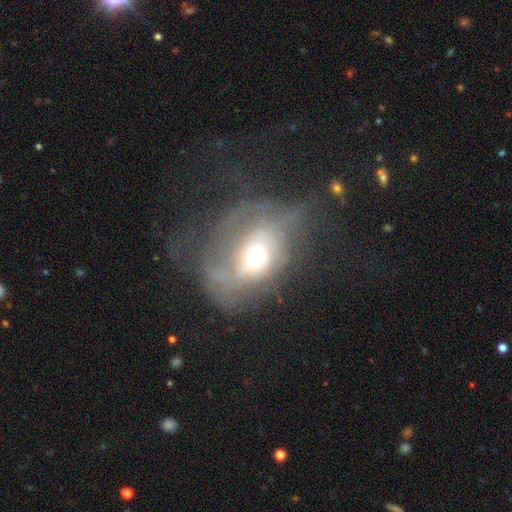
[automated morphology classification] smooth_or_featured: featured or disk (p=0.55) [alt: smooth p=0.33]
disk_edge_on: no (p=0.93) [alt: yes p=0.07]
bar: no (p=0.75) [alt: weak p=0.18]
has_spiral_arms: no (p=0.63) [alt: yes p=0.37]
bulge_size: moderate (p=0.65) [alt: small p=0.16]
merging: major disturbance (p=0.50) [alt: none p=0.25]